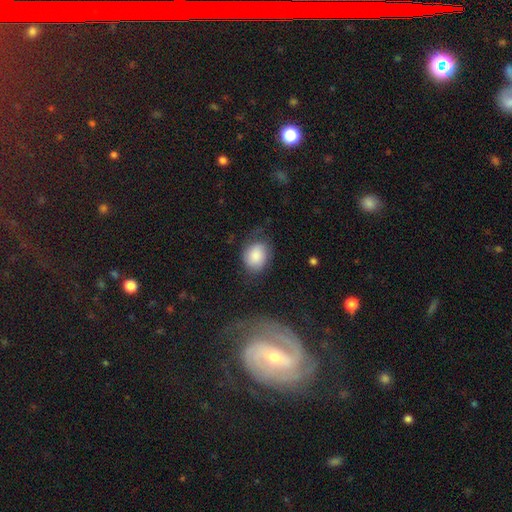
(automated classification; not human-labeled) Overall: smooth (78%). How rounded: in between (56%; round 43%). Merging: none (57%; minor disturbance 28%).